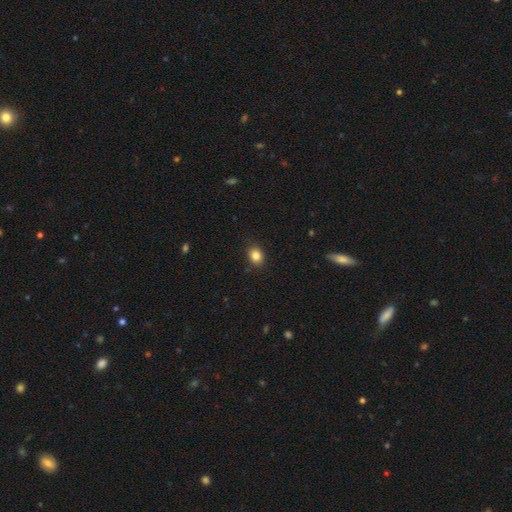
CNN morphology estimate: Smooth or featured? Predicted: smooth (p=0.85). How rounded? Predicted: round (p=0.53). Merging? Predicted: none (p=0.87).